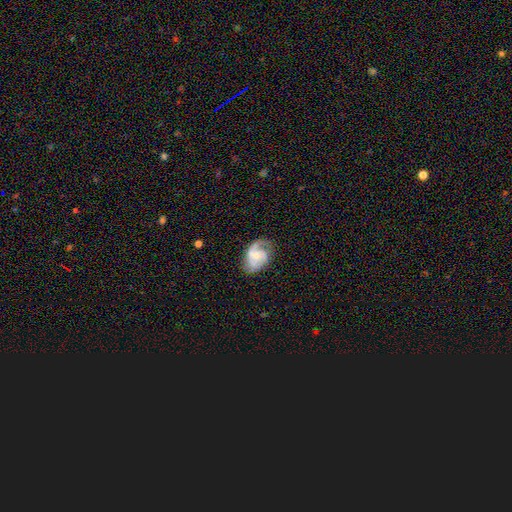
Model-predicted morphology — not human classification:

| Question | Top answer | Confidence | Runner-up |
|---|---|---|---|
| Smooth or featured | featured or disk | 76% | smooth (18%) |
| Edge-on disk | no | 97% | yes (3%) |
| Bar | no | 54% | weak (37%) |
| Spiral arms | yes | 93% | no (7%) |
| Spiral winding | medium | 47% | tight (29%) |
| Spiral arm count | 2 | 62% | 1 (14%) |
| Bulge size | small | 56% | moderate (36%) |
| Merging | none | 62% | minor disturbance (23%) |